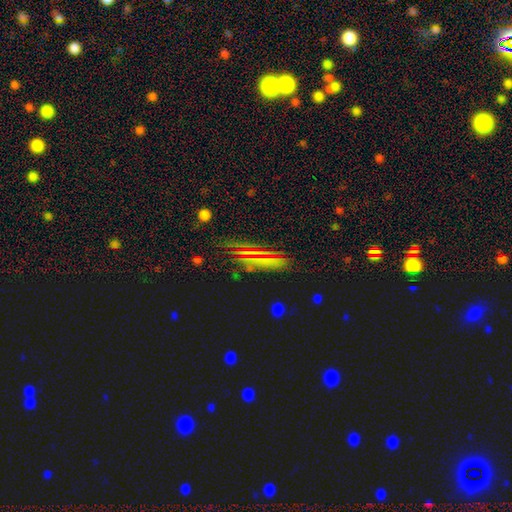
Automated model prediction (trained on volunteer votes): smooth-or-featured: star or artifact: 47% | smooth: 40% | featured or disk: 13%